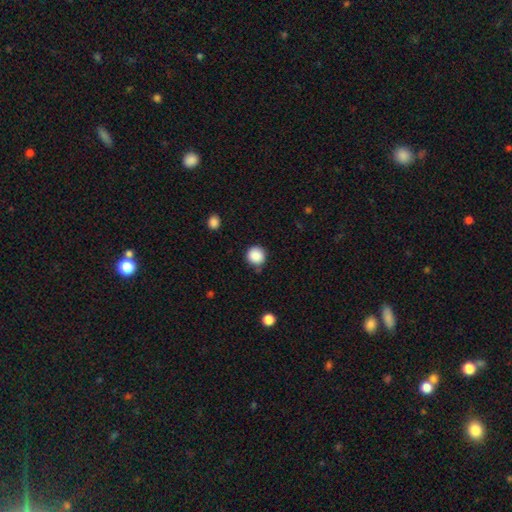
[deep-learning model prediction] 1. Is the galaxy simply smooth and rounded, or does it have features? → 88% smooth, 9% star or artifact, 3% featured or disk.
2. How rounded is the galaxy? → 94% round, 5% in between, 1% cigar-shaped.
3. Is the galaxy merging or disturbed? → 82% none, 12% minor disturbance, 3% major disturbance, 3% merger.